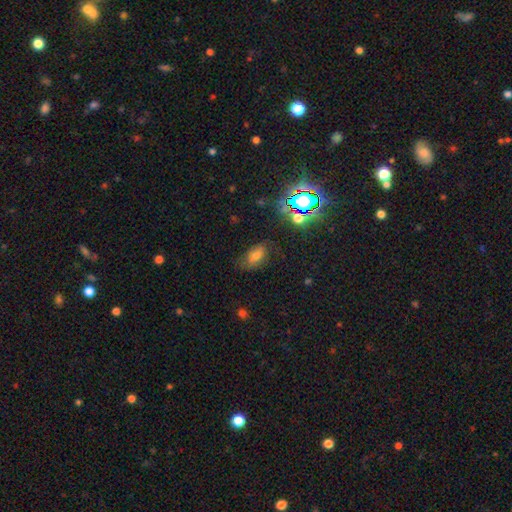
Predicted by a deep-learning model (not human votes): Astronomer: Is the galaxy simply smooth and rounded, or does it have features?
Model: smooth — 64%.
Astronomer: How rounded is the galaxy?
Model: in between — 87%.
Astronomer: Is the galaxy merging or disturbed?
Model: none — 70%.